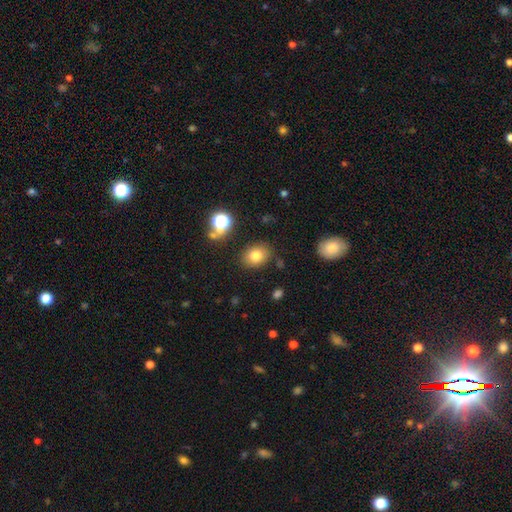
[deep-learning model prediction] This is likely a smooth galaxy (78%). How rounded: possibly in between (58%). Merging: clearly none (83%).